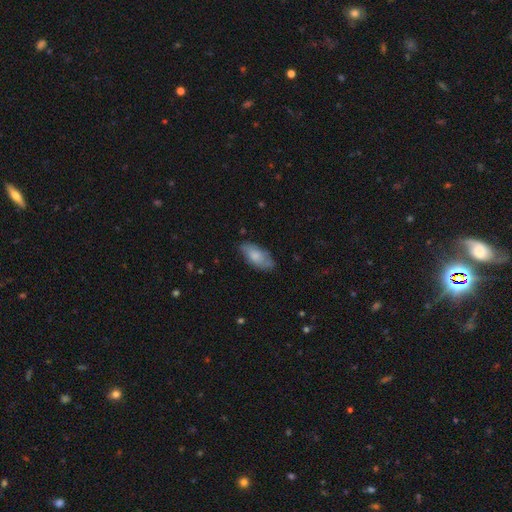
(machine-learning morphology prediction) Smooth or featured?
  - smooth: 69% *
  - featured or disk: 25%
  - star or artifact: 6%
How rounded?
  - in between: 89% *
  - cigar-shaped: 8%
  - round: 3%
Merging?
  - none: 70% *
  - minor disturbance: 23%
  - major disturbance: 6%
  - merger: 2%